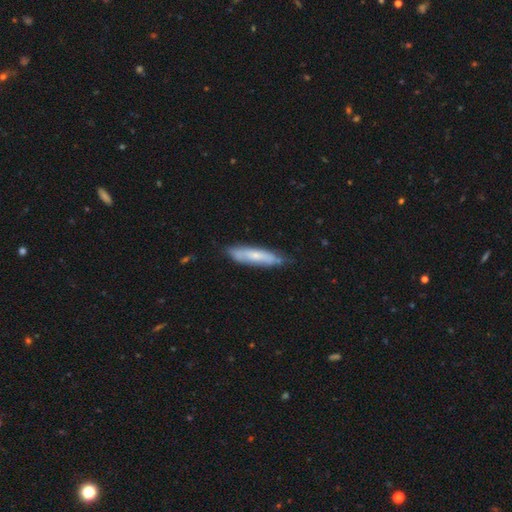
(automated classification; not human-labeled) Smooth or featured: smooth — 53% (featured or disk — 41%)
How rounded: cigar-shaped — 76% (in between — 23%)
Merging: none — 72% (minor disturbance — 22%)